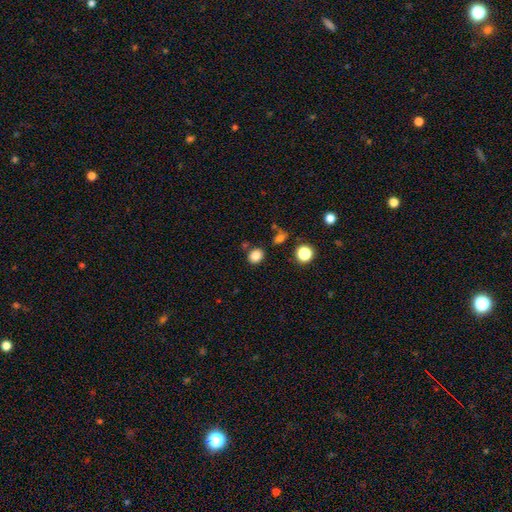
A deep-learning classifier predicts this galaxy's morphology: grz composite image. It shows a smooth galaxy with no disk features (84%) that is round (62%). Merging: none (80%).